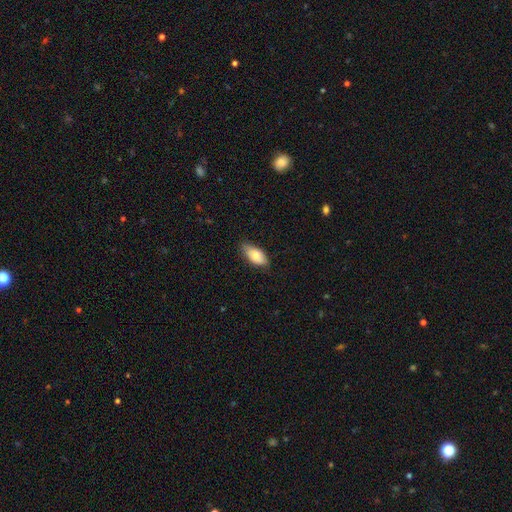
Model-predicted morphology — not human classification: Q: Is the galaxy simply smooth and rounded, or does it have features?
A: smooth — 77%.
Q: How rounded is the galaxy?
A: in between — 89%.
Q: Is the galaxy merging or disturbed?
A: none — 76%.